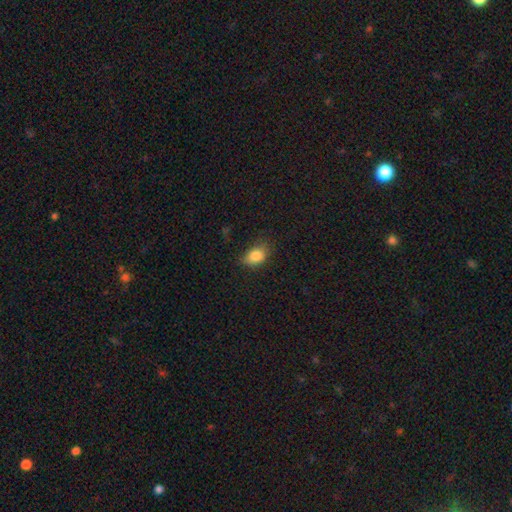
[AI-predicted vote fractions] Overall: smooth (85%). How rounded: in between (79%). Merging: none (70%).